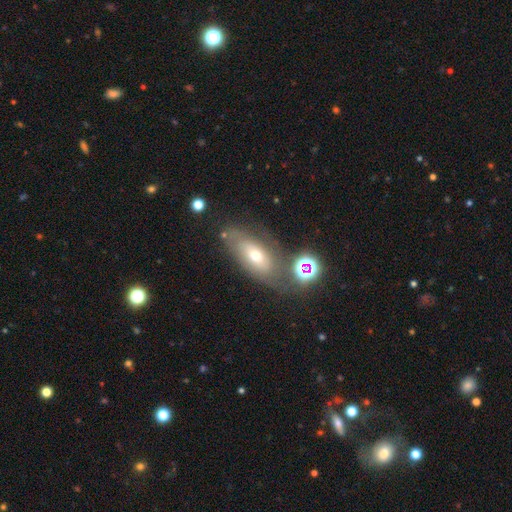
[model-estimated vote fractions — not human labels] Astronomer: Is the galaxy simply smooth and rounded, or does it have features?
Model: smooth — 46% (runner-up: featured or disk, 40%).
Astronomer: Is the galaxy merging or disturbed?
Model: none — 64%.